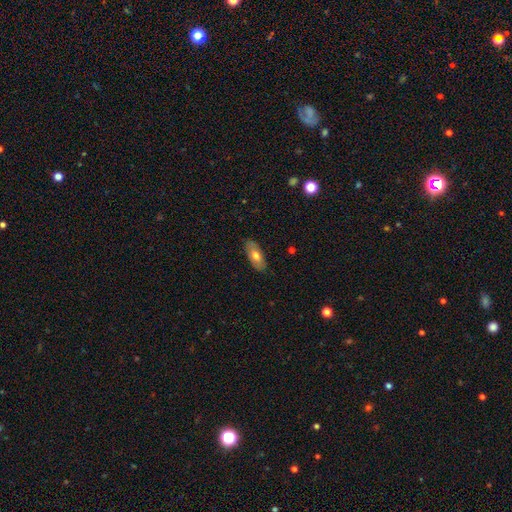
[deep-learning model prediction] smooth 67%, featured or disk 26%, star or artifact 6%. Down the decision tree: how rounded — in between (83%); merging — none (86%).